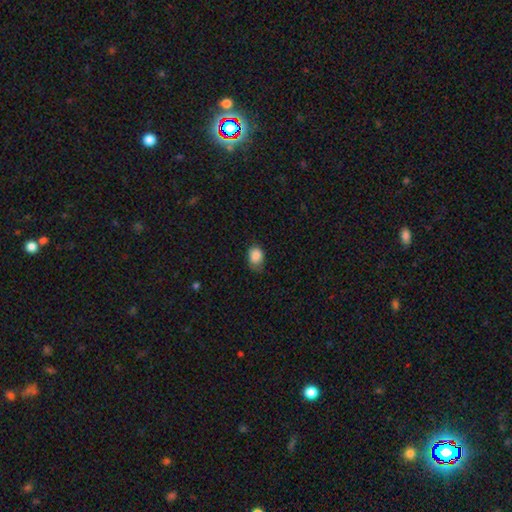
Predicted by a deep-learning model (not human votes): smooth-or-featured: smooth: 86% | star or artifact: 8% | featured or disk: 6%
  how-rounded: in between: 68% | round: 31% | cigar-shaped: 1%
  merging: none: 59% | minor disturbance: 32% | major disturbance: 8% | merger: 1%